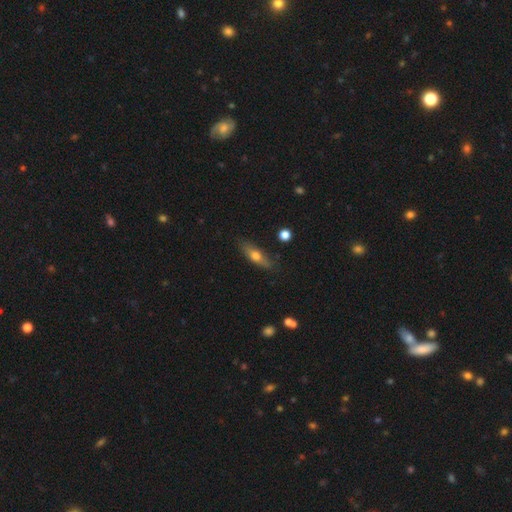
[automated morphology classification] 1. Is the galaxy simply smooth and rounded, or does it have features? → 56% smooth, 37% featured or disk, 7% star or artifact.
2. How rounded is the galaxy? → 51% cigar-shaped, 45% in between, 4% round.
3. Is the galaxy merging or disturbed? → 82% none, 14% minor disturbance, 3% major disturbance, 2% merger.